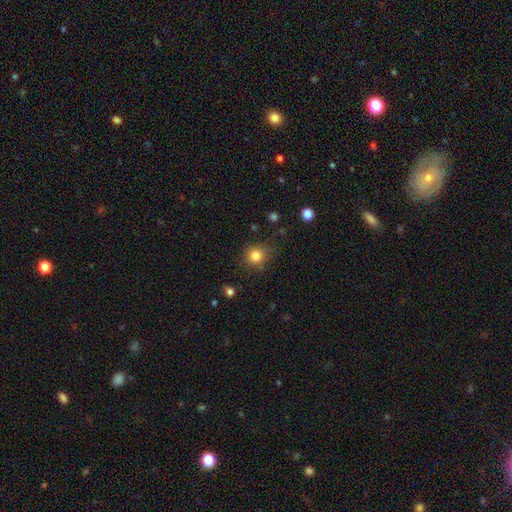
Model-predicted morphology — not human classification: This appears to be a smooth galaxy with no disk features (83%) that is round (86%). Merging: none (78%).